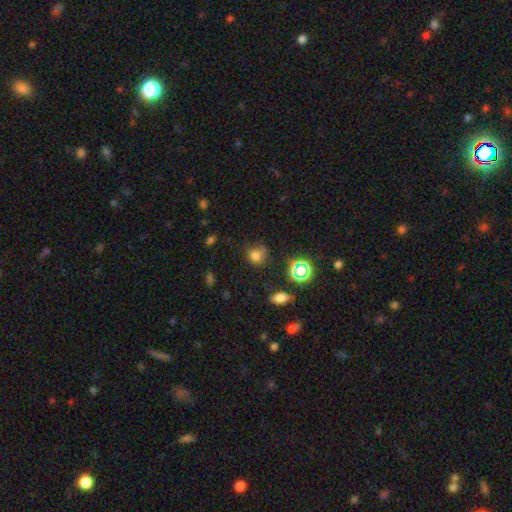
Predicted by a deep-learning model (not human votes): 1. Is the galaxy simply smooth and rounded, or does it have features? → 70% smooth, 21% star or artifact, 9% featured or disk.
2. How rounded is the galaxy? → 77% round, 22% in between, 1% cigar-shaped.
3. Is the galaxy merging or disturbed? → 59% none, 25% minor disturbance, 12% major disturbance, 5% merger.